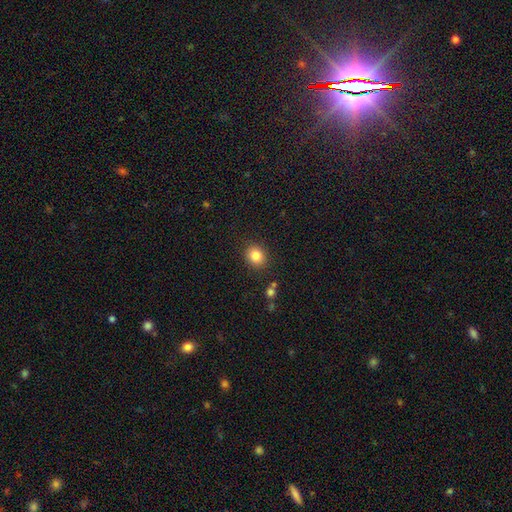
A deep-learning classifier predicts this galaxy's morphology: Smooth or featured: smooth — 84% (star or artifact — 10%)
How rounded: round — 70% (in between — 30%)
Merging: none — 88% (minor disturbance — 8%)